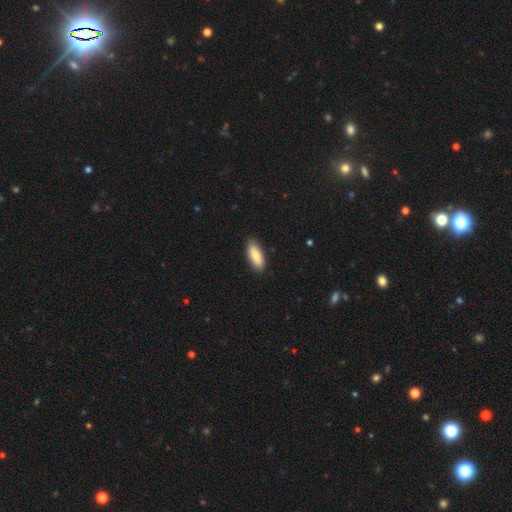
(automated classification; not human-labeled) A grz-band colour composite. It shows a smooth galaxy with no disk features (82%) that is in between round and cigar-shaped (78%). Merging: none (88%).